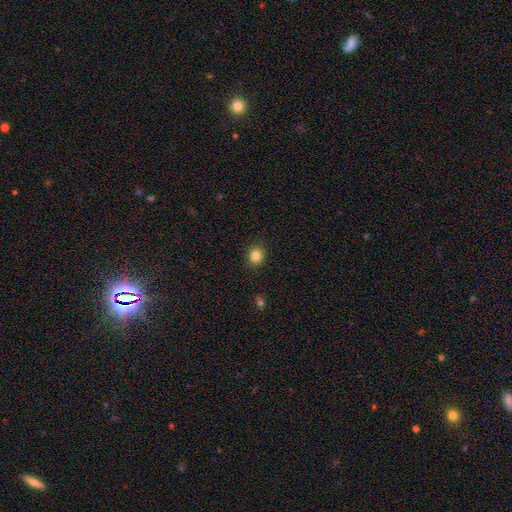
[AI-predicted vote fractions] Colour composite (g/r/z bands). It shows a smooth galaxy with no disk features (84%) that is round (72%). Merging: none (89%).